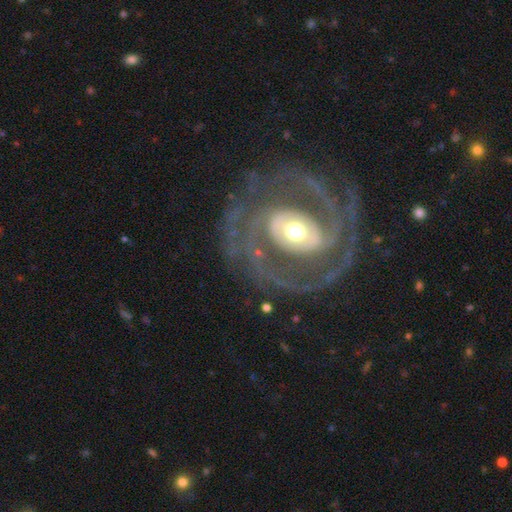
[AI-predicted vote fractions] This is clearly a featured or disk galaxy (88%). It is clearly not viewed edge-on (96%). Bar: marginally strong (41%). Spiral arm pattern: clearly yes (92%). Spiral arm count: possibly 2 (54%). Spiral winding: likely tight (65%). Central bulge: possibly moderate (53%). Merging: likely none (75%).